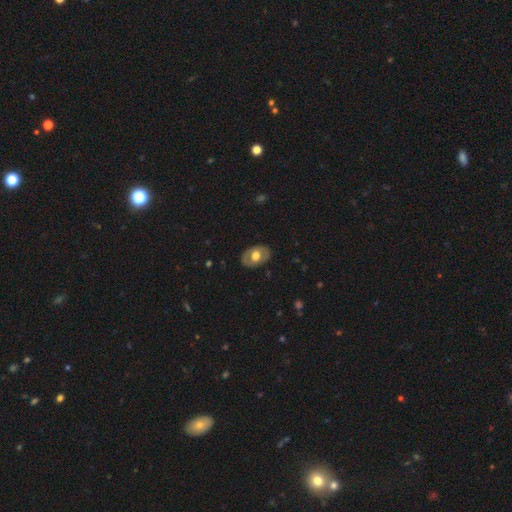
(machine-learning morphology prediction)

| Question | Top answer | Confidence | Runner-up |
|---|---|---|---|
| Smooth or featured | smooth | 51% | featured or disk (43%) |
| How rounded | in between | 80% | round (19%) |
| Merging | none | 83% | minor disturbance (13%) |